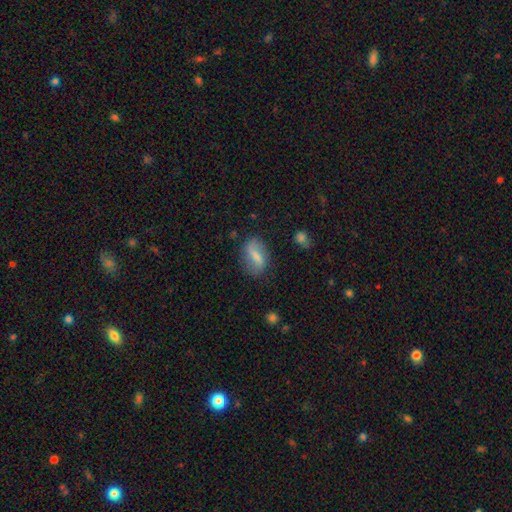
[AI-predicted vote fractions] A smooth galaxy with no disk features (52%) that is in between round and cigar-shaped (79%).

Vote fractions:
- Smooth or featured? smooth: 52% / featured or disk: 40% / star or artifact: 8%
- How rounded? in between: 79% / round: 11% / cigar-shaped: 10%
- Merging? none: 73% / minor disturbance: 18% / major disturbance: 7% / merger: 2%